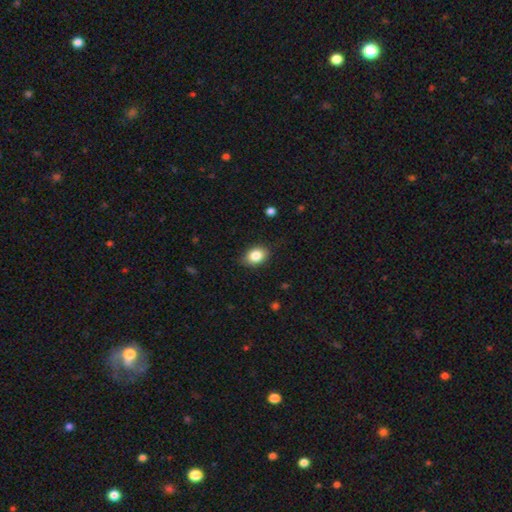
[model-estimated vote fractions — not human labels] smooth_or_featured: smooth (p=0.84) [alt: star or artifact p=0.08]
how_rounded: in between (p=0.74) [alt: round p=0.25]
merging: none (p=0.81) [alt: minor disturbance p=0.15]